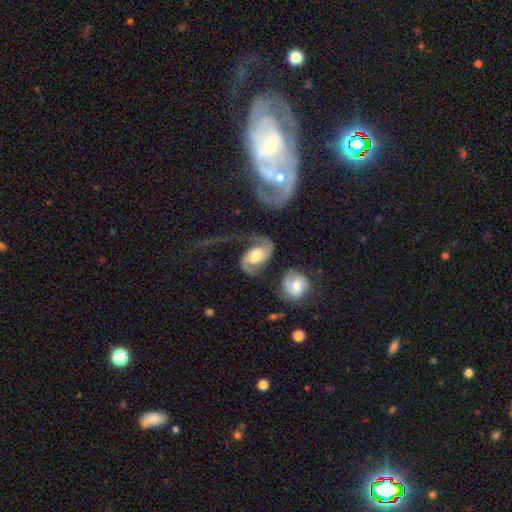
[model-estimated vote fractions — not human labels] Q: Smooth or featured?
A: featured or disk (82%); runner-up: smooth (13%)
Q: Edge-on disk?
A: no (97%); runner-up: yes (3%)
Q: Bar?
A: no (56%); runner-up: weak (34%)
Q: Spiral arms?
A: yes (94%); runner-up: no (6%)
Q: Spiral winding?
A: medium (46%); runner-up: loose (31%)
Q: Spiral arm count?
A: 2 (85%); runner-up: 1 (8%)
Q: Bulge size?
A: moderate (57%); runner-up: large (32%)
Q: Merging?
A: none (39%); runner-up: major disturbance (31%)